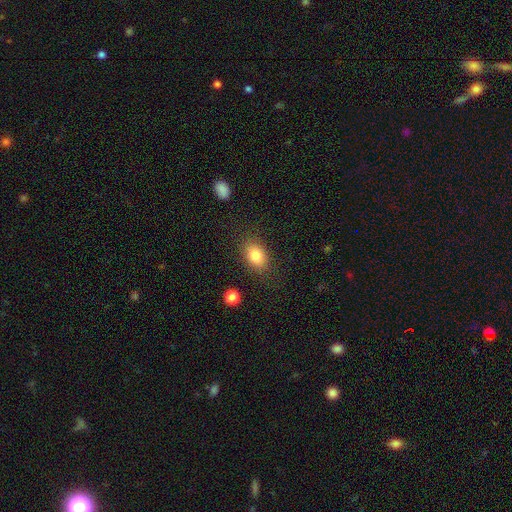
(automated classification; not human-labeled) A smooth galaxy with no disk features (83%) that is in between round and cigar-shaped (80%).

Vote fractions:
- Smooth or featured? smooth: 83% / featured or disk: 8% / star or artifact: 8%
- How rounded? in between: 80% / round: 19% / cigar-shaped: 1%
- Merging? none: 82% / minor disturbance: 12% / major disturbance: 5% / merger: 2%